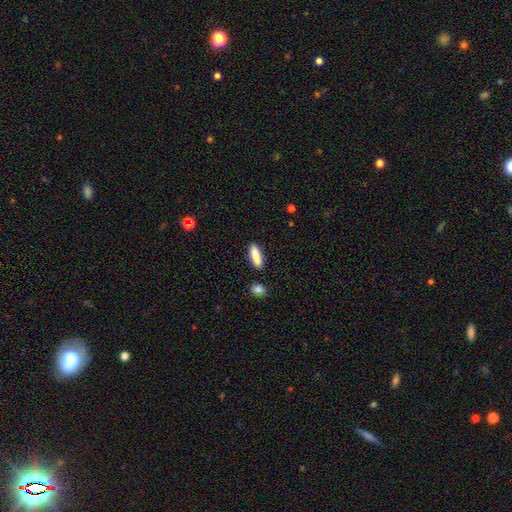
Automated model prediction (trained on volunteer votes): The model was most divided on "how rounded": cigar-shaped: 58%, in between: 39%, round: 2%. More confident: smooth or featured — smooth (87%); merging — none (87%).